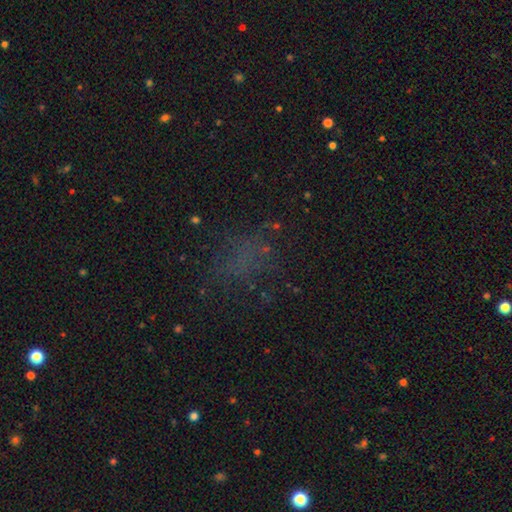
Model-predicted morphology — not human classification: This appears to be a star or artifact, not a galaxy (41%).